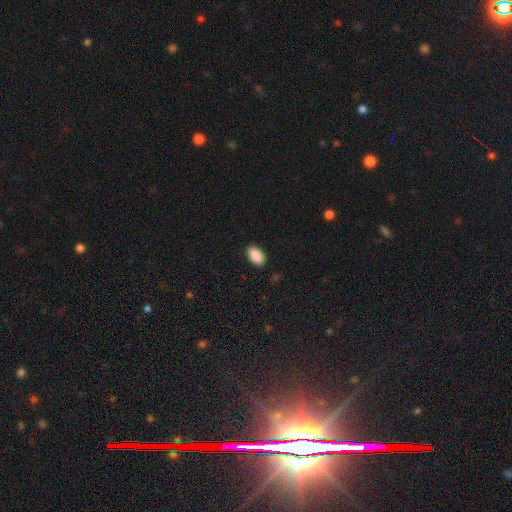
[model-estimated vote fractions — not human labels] A smooth galaxy with no disk features (91%) that is in between round and cigar-shaped (94%). Merging: none (89%).